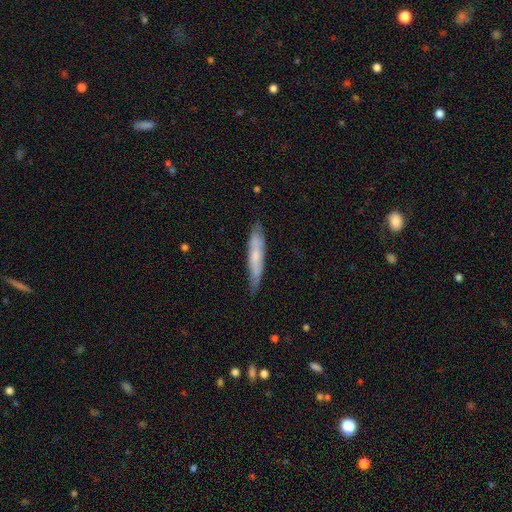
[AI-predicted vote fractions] Overall: smooth (55%; featured or disk 39%). How rounded: cigar-shaped (89%). Merging: none (75%).